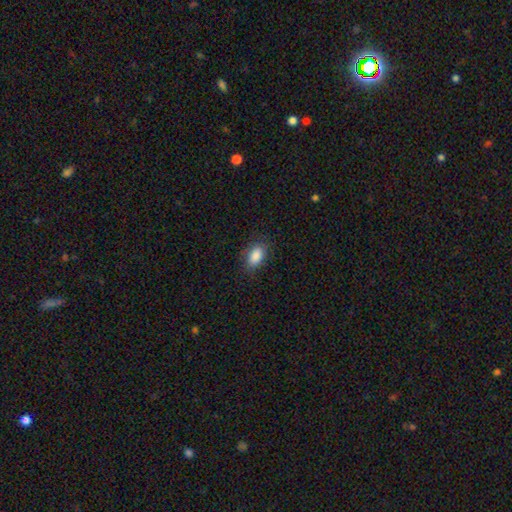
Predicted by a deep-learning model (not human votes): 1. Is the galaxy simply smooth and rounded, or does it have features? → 88% smooth, 7% star or artifact, 5% featured or disk.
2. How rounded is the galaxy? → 91% in between, 6% round, 3% cigar-shaped.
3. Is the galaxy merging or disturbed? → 82% none, 13% minor disturbance, 4% major disturbance, 1% merger.